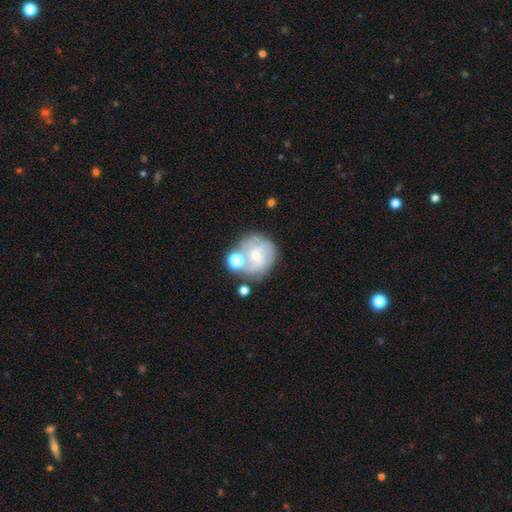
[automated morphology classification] Smooth or featured? Predicted: featured or disk (p=0.65). Edge-on disk? Predicted: no (p=0.98). Bar? Predicted: no (p=0.67). Spiral arms? Predicted: yes (p=0.83). Spiral winding? Predicted: tight (p=0.51). Spiral arm count? Predicted: can't tell (p=0.32). Bulge size? Predicted: small (p=0.66). Merging? Predicted: none (p=0.56).